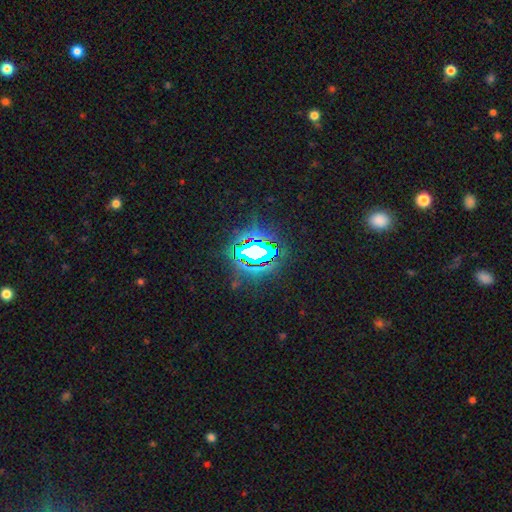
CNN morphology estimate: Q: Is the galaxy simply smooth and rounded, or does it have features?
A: star or artifact — 76%.